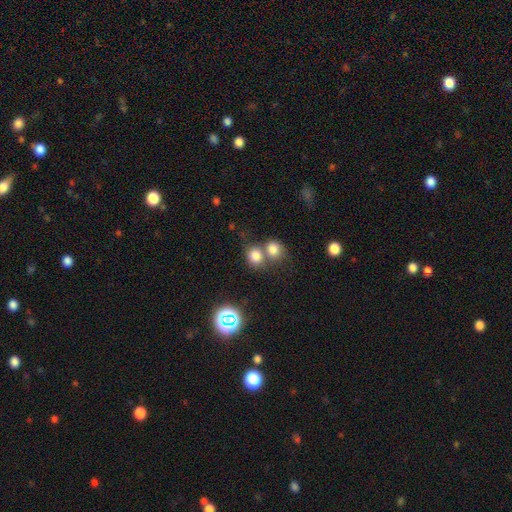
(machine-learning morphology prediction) This is likely a smooth galaxy (77%). How rounded: likely round (70%). Merging: possibly merger (48%).